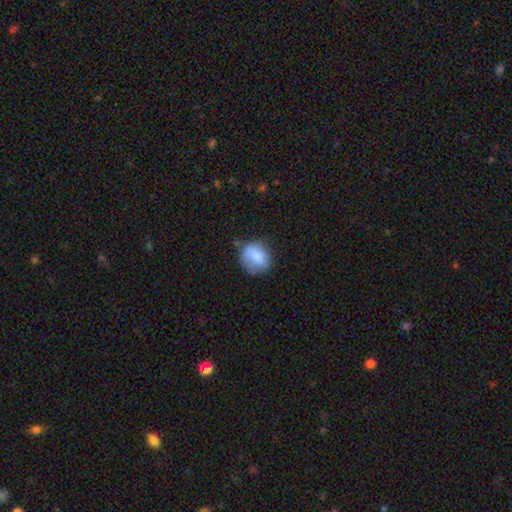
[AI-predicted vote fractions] Q: Smooth or featured?
A: smooth (77%); runner-up: featured or disk (16%)
Q: How rounded?
A: round (73%); runner-up: in between (26%)
Q: Merging?
A: none (59%); runner-up: minor disturbance (27%)